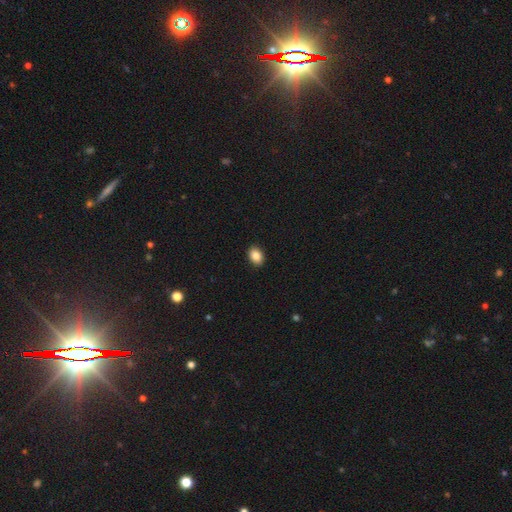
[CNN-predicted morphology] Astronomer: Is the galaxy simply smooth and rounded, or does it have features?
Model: smooth — 87%.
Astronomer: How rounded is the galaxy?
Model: in between — 76%.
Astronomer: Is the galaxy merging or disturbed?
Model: none — 91%.